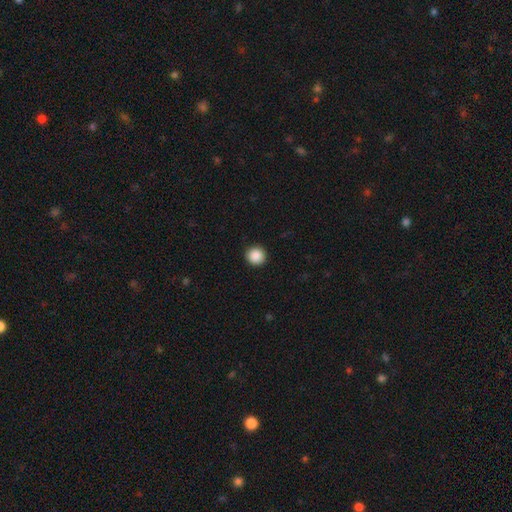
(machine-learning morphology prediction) A smooth galaxy with no disk features (89%) that is round (94%). Merging: none (92%).